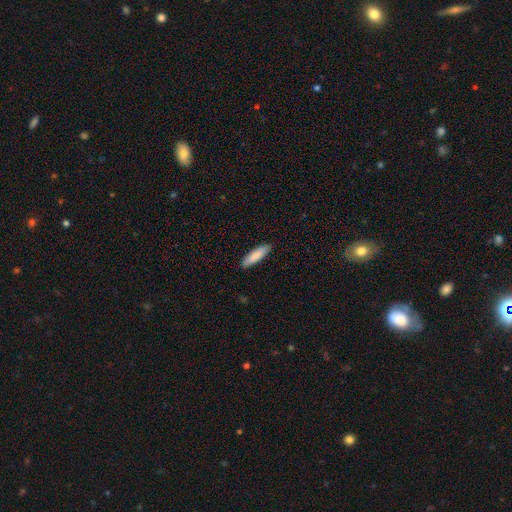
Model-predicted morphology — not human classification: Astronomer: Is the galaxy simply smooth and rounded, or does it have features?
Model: smooth — 86%.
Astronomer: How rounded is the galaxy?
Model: cigar-shaped — 67%.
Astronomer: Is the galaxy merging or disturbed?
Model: none — 89%.